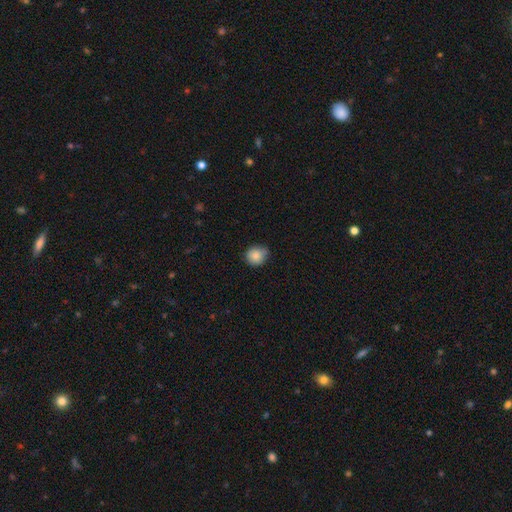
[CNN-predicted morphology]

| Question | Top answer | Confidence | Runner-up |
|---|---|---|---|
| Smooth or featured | smooth | 86% | star or artifact (9%) |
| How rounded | round | 81% | in between (18%) |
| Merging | none | 73% | minor disturbance (23%) |